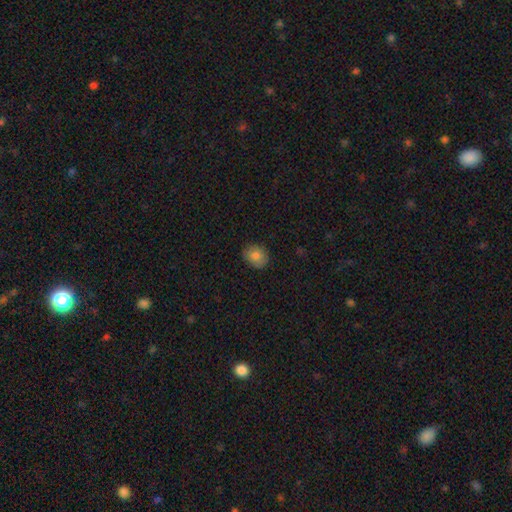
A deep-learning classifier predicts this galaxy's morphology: Smooth or featured: smooth — 83% (star or artifact — 9%)
How rounded: round — 53% (in between — 46%)
Merging: none — 85% (minor disturbance — 12%)